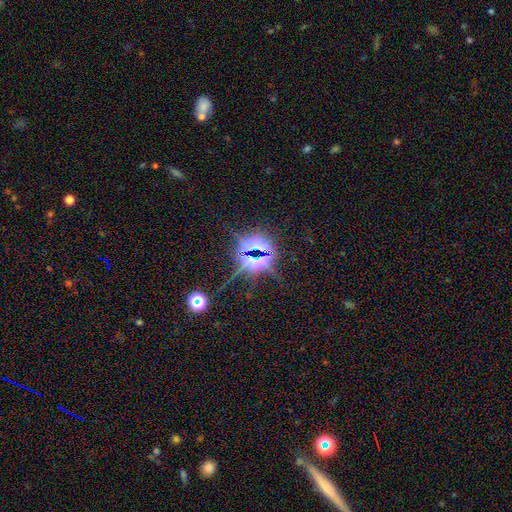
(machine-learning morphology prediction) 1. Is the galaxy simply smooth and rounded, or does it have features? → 75% star or artifact, 13% smooth, 12% featured or disk.